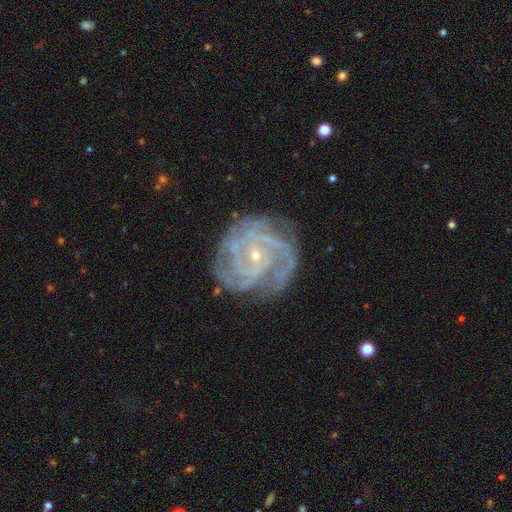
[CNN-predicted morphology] Smooth or featured? Predicted: featured or disk (p=0.89). Edge-on disk? Predicted: no (p=0.98). Bar? Predicted: no (p=0.65). Spiral arms? Predicted: yes (p=0.97). Spiral winding? Predicted: tight (p=0.67). Spiral arm count? Predicted: 4 (p=0.23). Bulge size? Predicted: small (p=0.84). Merging? Predicted: none (p=0.74).